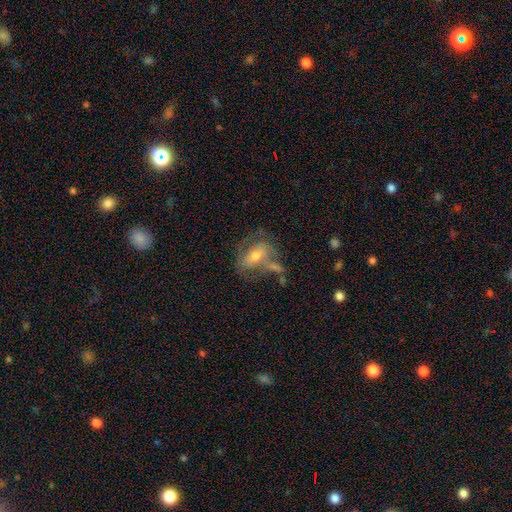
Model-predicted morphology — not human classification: smooth-or-featured: featured or disk: 54% | smooth: 38% | star or artifact: 9%
  disk-edge-on: no: 91% | yes: 9%
  merging: none: 38% | major disturbance: 21% | minor disturbance: 20% | merger: 20%